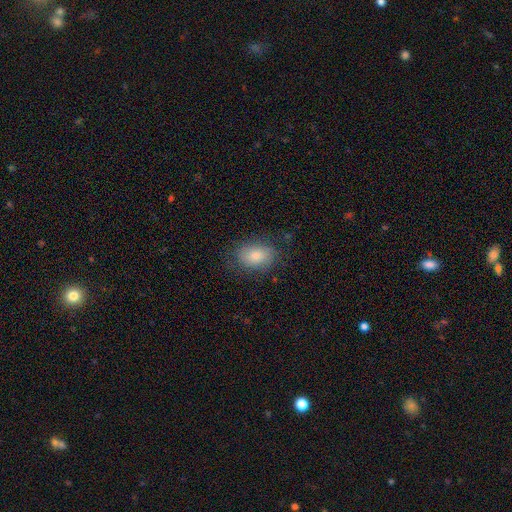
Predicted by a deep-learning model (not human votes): smooth_or_featured: smooth (p=0.79) [alt: featured or disk p=0.13]
how_rounded: in between (p=0.76) [alt: round p=0.23]
merging: none (p=0.74) [alt: minor disturbance p=0.18]